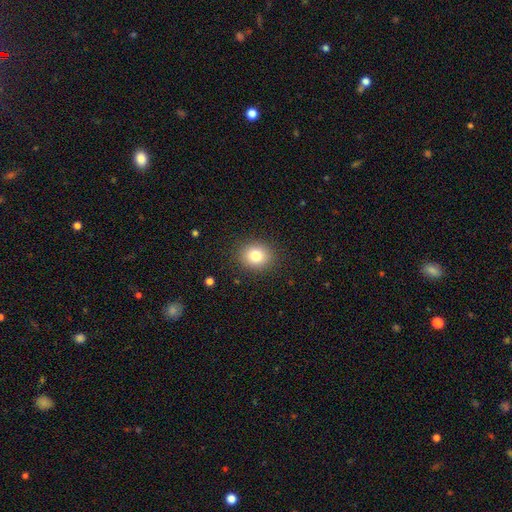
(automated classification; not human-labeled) smooth 81%, star or artifact 11%, featured or disk 8%. Down the decision tree: how rounded — round (73%); merging — none (89%).